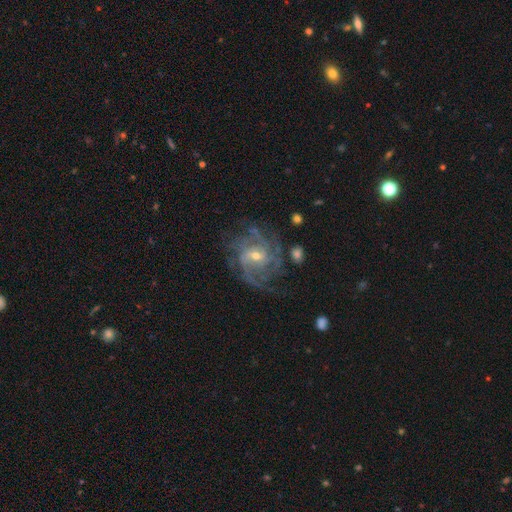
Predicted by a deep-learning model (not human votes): smooth-or-featured: featured or disk: 88% | star or artifact: 7% | smooth: 6%
  disk-edge-on: no: 97% | yes: 3%
    bar: weak: 45% | no: 42% | strong: 12%
    has-spiral-arms: yes: 96% | no: 4%
      spiral-winding: tight: 48% | medium: 41% | loose: 12%
      spiral-arm-count: can't tell: 27% | 4: 22% | 3: 20% | 2: 14% | more than 4: 9% | 1: 6%
    bulge-size: small: 58% | moderate: 39% | large: 1% | none: 1% | dominant: 1%
  merging: none: 68% | minor disturbance: 18% | major disturbance: 12% | merger: 2%